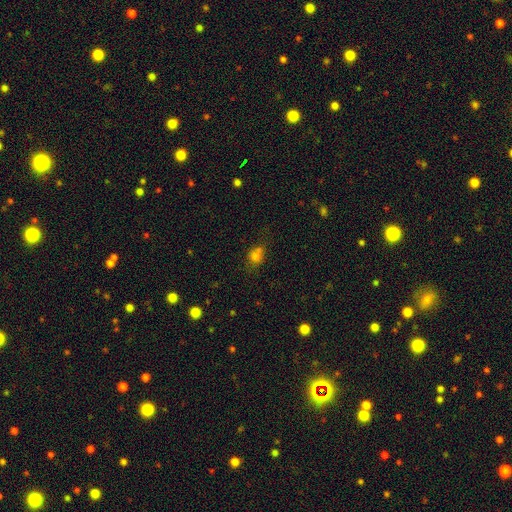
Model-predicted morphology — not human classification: The model was most divided on "merging": none: 47%, merger: 28%, minor disturbance: 17%, major disturbance: 8%. More confident: smooth or featured — smooth (74%); how rounded — round (60%).